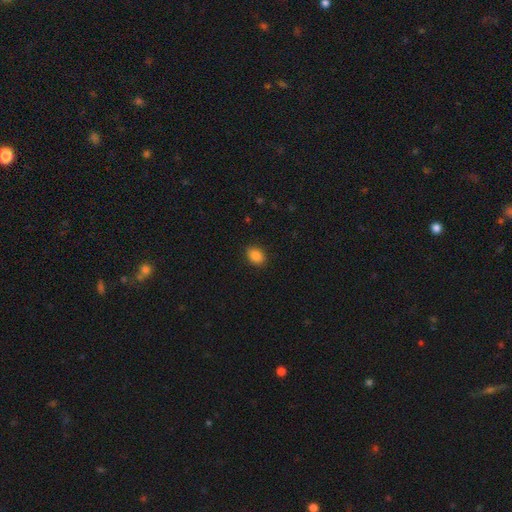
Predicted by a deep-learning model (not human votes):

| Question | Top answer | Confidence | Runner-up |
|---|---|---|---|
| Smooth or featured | smooth | 86% | star or artifact (9%) |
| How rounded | in between | 71% | round (28%) |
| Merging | none | 87% | minor disturbance (9%) |